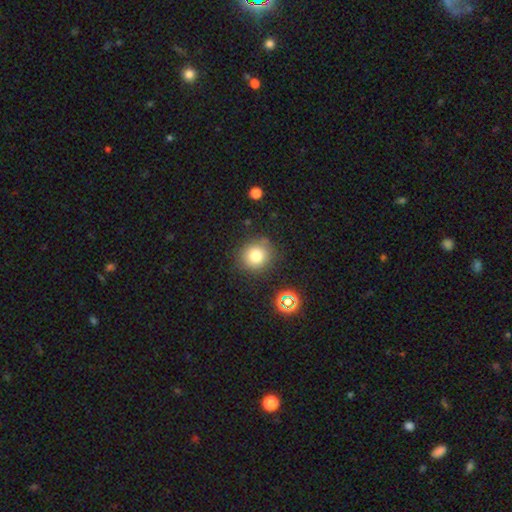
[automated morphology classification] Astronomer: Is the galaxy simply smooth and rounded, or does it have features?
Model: smooth — 78%.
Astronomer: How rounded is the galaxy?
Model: round — 88%.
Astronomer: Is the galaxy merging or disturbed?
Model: none — 83%.